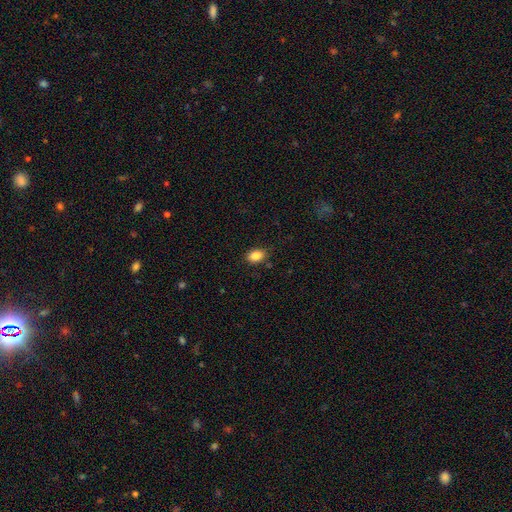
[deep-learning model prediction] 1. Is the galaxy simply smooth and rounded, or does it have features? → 88% smooth, 9% star or artifact, 4% featured or disk.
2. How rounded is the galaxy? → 79% in between, 20% round, 1% cigar-shaped.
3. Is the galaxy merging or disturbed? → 81% none, 14% minor disturbance, 3% major disturbance, 2% merger.